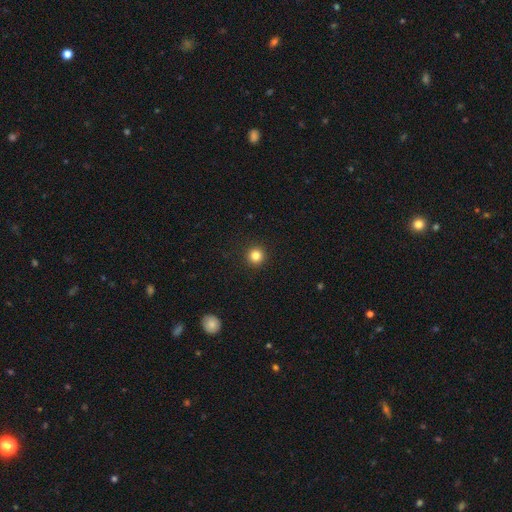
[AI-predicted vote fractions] Smooth or featured: smooth — 83% (star or artifact — 13%)
How rounded: round — 96% (in between — 3%)
Merging: none — 93% (minor disturbance — 4%)